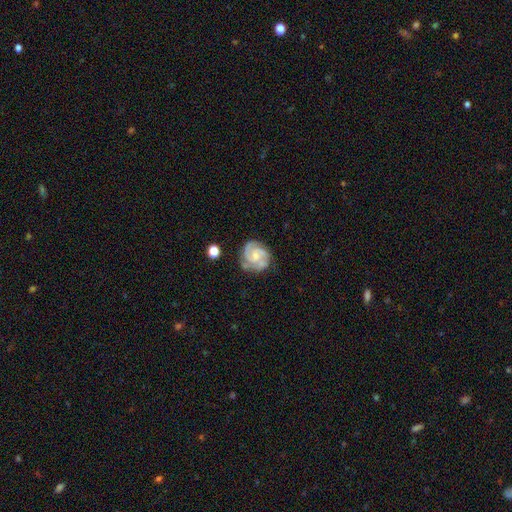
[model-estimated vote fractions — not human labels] Smooth or featured? featured or disk (85%)
Edge-on disk? no (98%)
Bar? no (64%)
Spiral arms? yes (97%)
Spiral winding? tight (58%)
Spiral arm count? 3 (49%)
Bulge size? small (58%)
Merging? none (73%)